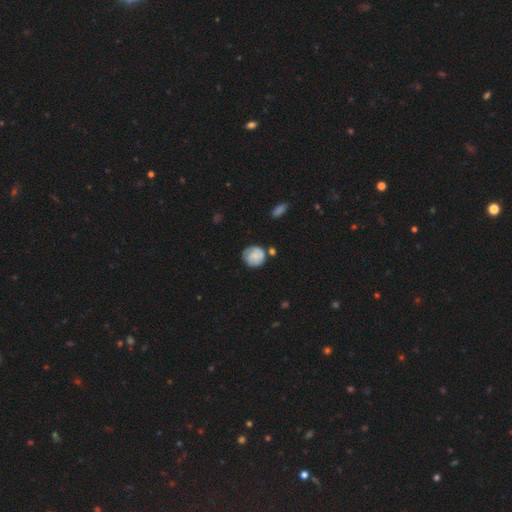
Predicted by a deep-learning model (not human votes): This appears to be a smooth galaxy with no disk features (63%) that is round (83%). Merging: none (62%).